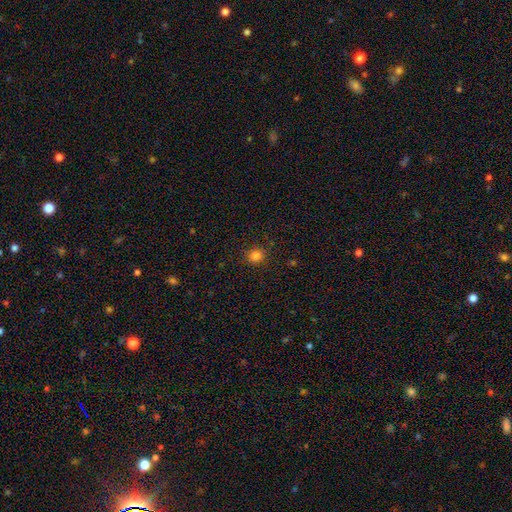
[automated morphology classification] Smooth or featured: smooth — 83% (star or artifact — 13%)
How rounded: round — 88% (in between — 11%)
Merging: none — 88% (minor disturbance — 8%)